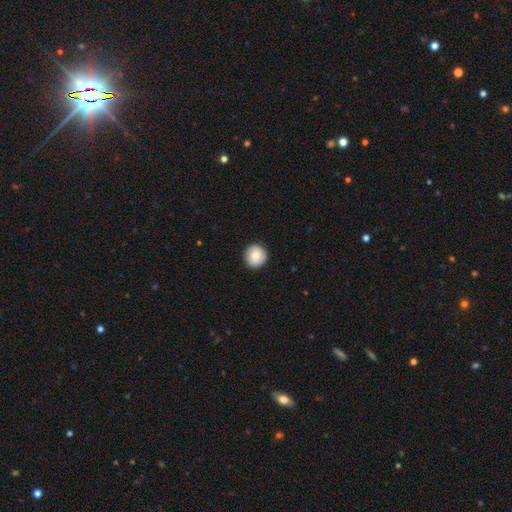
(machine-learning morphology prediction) Smooth or featured? smooth (79%)
How rounded? round (93%)
Merging? none (90%)